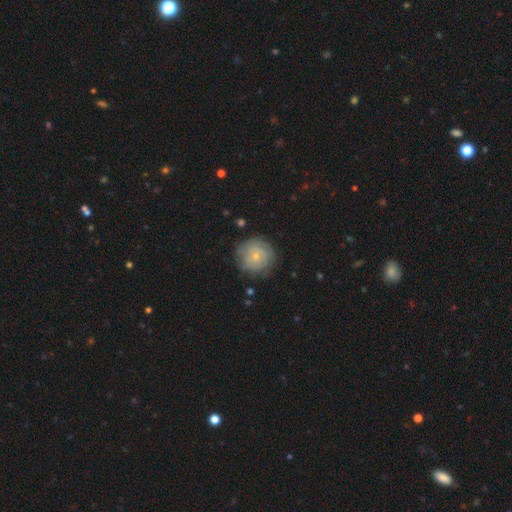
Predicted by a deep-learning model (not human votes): Smooth or featured? Predicted: smooth (p=0.51). How rounded? Predicted: round (p=0.93). Merging? Predicted: none (p=0.78).